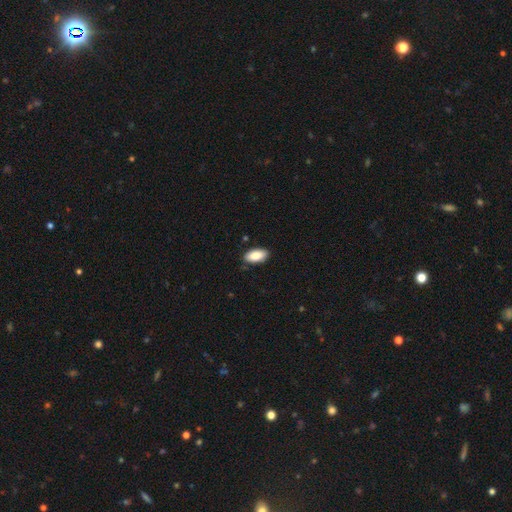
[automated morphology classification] smooth_or_featured: smooth (p=0.87) [alt: featured or disk p=0.06]
how_rounded: in between (p=0.93) [alt: cigar-shaped p=0.05]
merging: none (p=0.86) [alt: minor disturbance p=0.11]